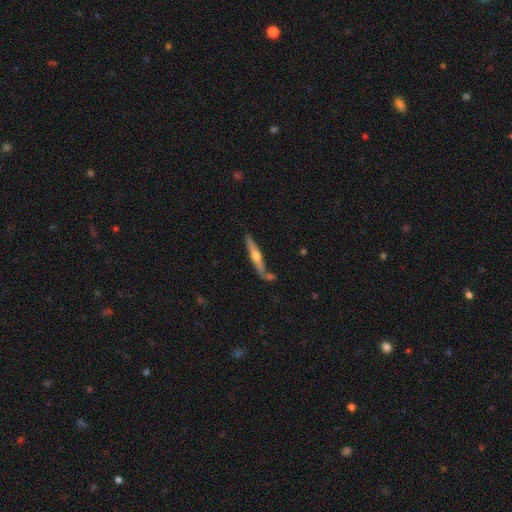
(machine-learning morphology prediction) featured or disk 63%, smooth 32%, star or artifact 5%. Down the decision tree: edge-on disk — yes (95%); edge-on bulge — rounded (91%); merging — none (71%).